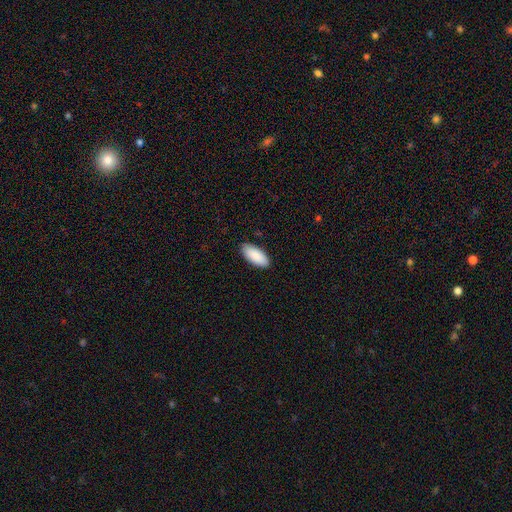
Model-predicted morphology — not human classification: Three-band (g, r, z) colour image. It shows a smooth galaxy with no disk features (91%) that is in between round and cigar-shaped (91%). Merging: none (88%).